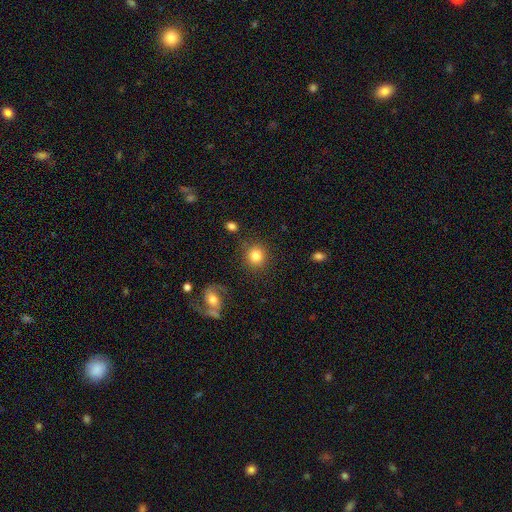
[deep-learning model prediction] smooth 83%, star or artifact 10%, featured or disk 7%. Down the decision tree: how rounded — round (87%); merging — none (85%).